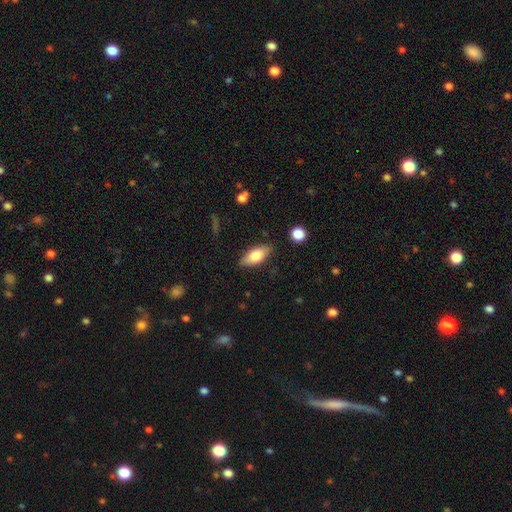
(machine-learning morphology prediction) smooth 73%, featured or disk 20%, star or artifact 7%. Down the decision tree: how rounded — in between (82%); merging — none (83%).